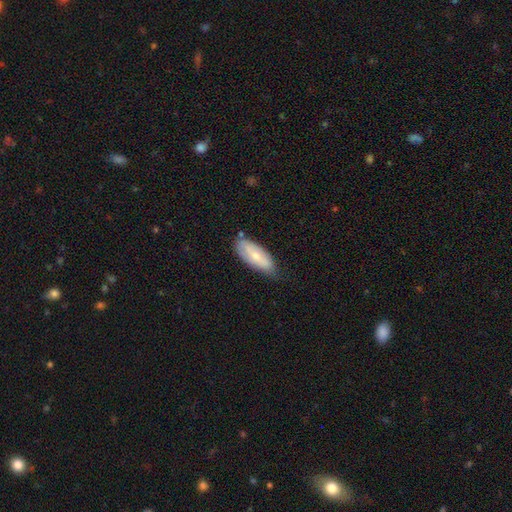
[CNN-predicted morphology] Q: Smooth or featured?
A: smooth (60%); runner-up: featured or disk (34%)
Q: How rounded?
A: in between (81%); runner-up: cigar-shaped (17%)
Q: Merging?
A: none (62%); runner-up: minor disturbance (30%)